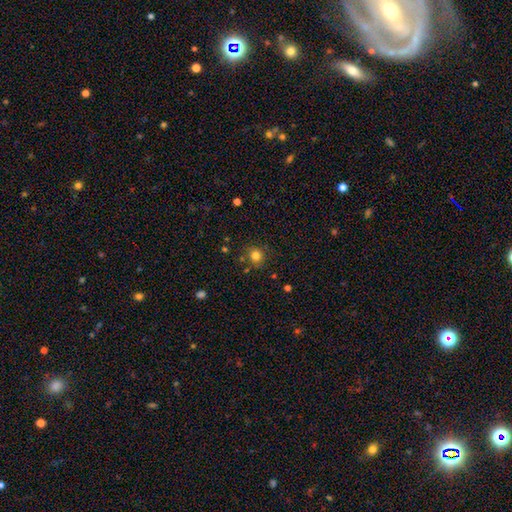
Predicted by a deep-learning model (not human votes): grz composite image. It shows a smooth galaxy with no disk features (80%) that is round (87%). Merging: none (83%).